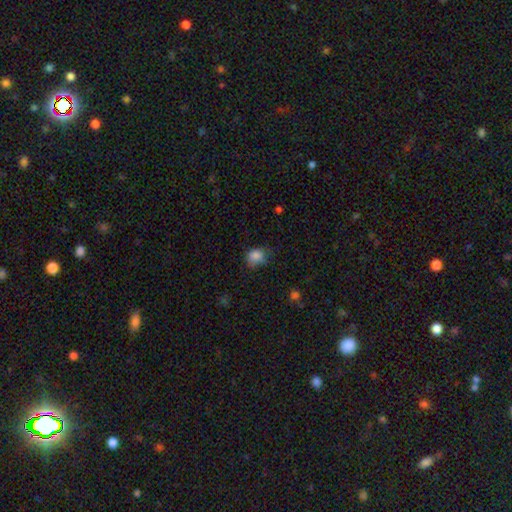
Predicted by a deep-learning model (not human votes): Morphology: type=smooth (84%); roundness=round (59%); merging=none (54%).